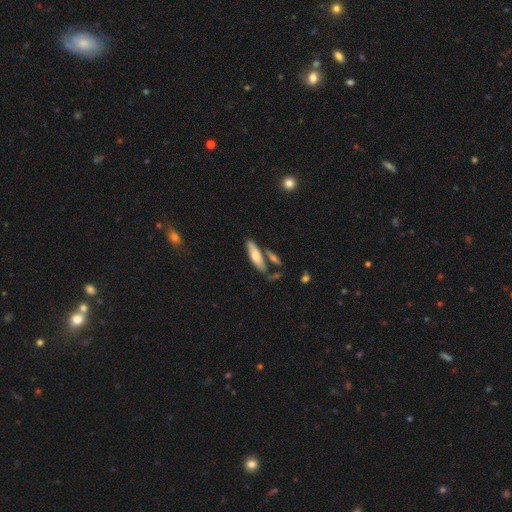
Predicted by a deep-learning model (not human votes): Smooth or featured: smooth — 66% (featured or disk — 28%)
How rounded: cigar-shaped — 55% (in between — 43%)
Merging: none — 62% (minor disturbance — 16%)